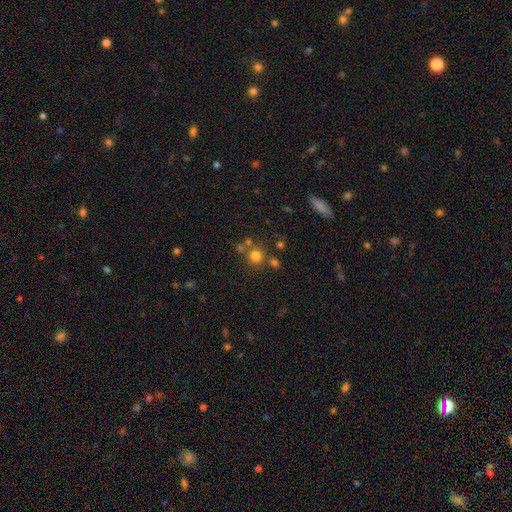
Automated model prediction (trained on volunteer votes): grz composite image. It shows a smooth galaxy with no disk features (75%) that is round (92%). Merging: none (71%).